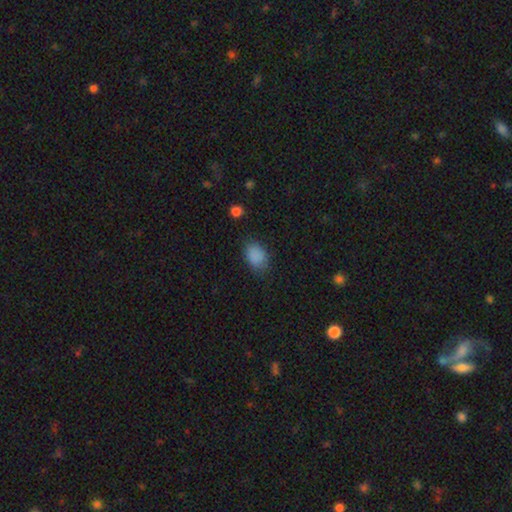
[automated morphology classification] A smooth galaxy with no disk features (86%) that is in between round and cigar-shaped (80%). Merging: none (75%).